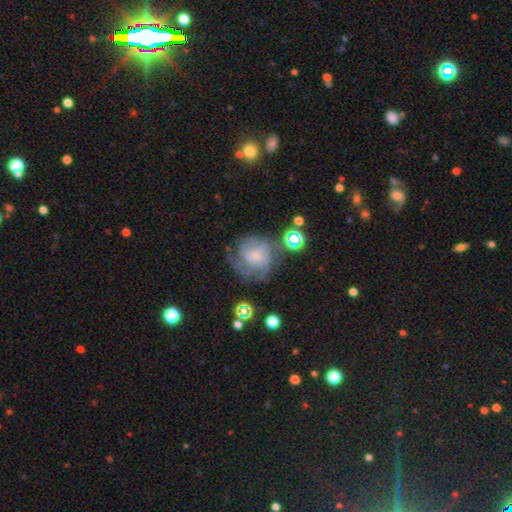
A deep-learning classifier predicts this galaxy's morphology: Q: Smooth or featured?
A: featured or disk (68%); runner-up: smooth (19%)
Q: Edge-on disk?
A: no (98%); runner-up: yes (2%)
Q: Bar?
A: no (70%); runner-up: weak (26%)
Q: Spiral arms?
A: yes (88%); runner-up: no (12%)
Q: Spiral winding?
A: tight (47%); runner-up: medium (39%)
Q: Spiral arm count?
A: can't tell (39%); runner-up: 3 (20%)
Q: Bulge size?
A: small (60%); runner-up: moderate (22%)
Q: Merging?
A: none (61%); runner-up: minor disturbance (20%)